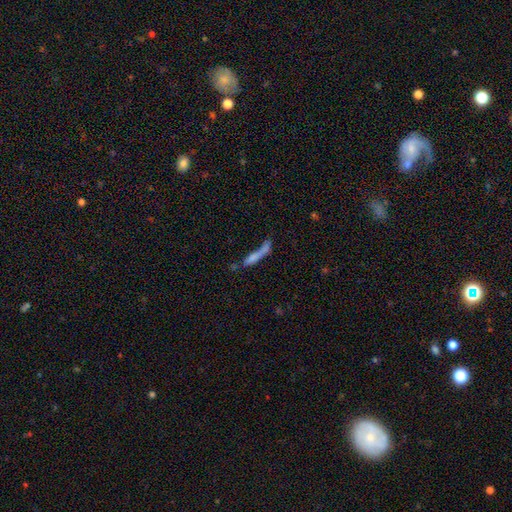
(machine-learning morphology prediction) A smooth galaxy with no disk features (63%) that is cigar-shaped (87%). Merging: none (39%).